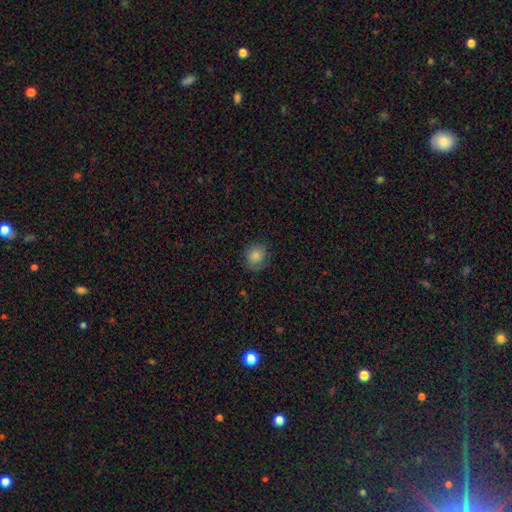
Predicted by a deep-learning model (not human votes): Smooth or featured: smooth — 82% (star or artifact — 9%)
How rounded: round — 81% (in between — 18%)
Merging: none — 78% (minor disturbance — 16%)